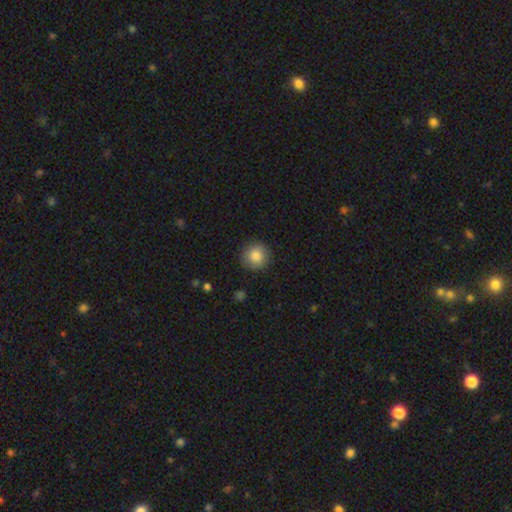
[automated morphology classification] A smooth galaxy with no disk features (86%) that is round (94%). Merging: none (89%).